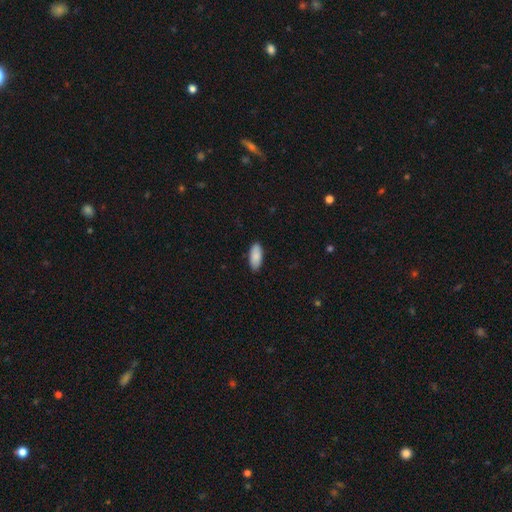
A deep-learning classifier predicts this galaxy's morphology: The model was most divided on "merging": none: 88%, minor disturbance: 10%, major disturbance: 2%, merger: 1%. More confident: how rounded — in between (89%); smooth or featured — smooth (88%).